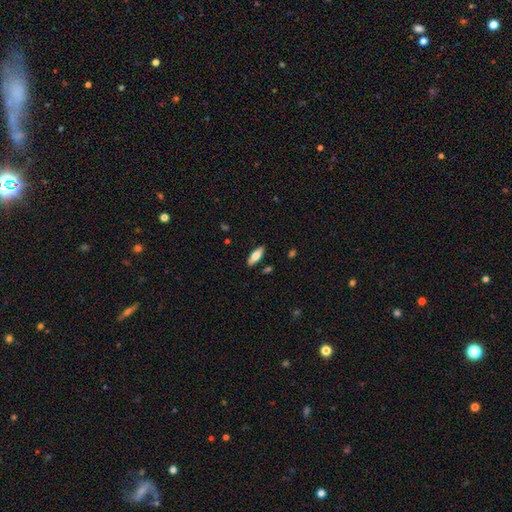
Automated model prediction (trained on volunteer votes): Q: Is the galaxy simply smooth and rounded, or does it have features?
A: smooth — 69%.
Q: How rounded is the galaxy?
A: in between — 64%.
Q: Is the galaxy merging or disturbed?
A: none — 87%.